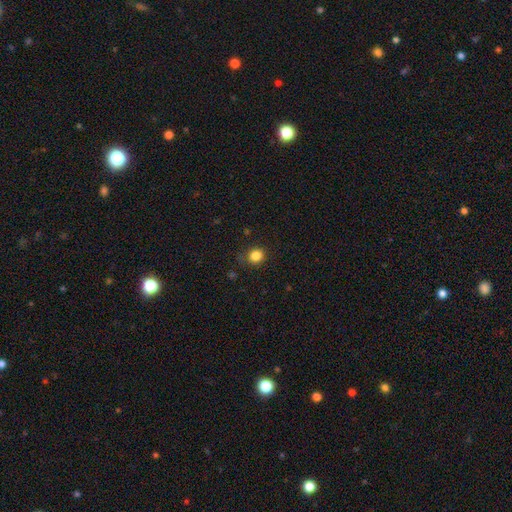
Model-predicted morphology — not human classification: Smooth or featured? smooth (84%)
How rounded? round (76%)
Merging? none (82%)